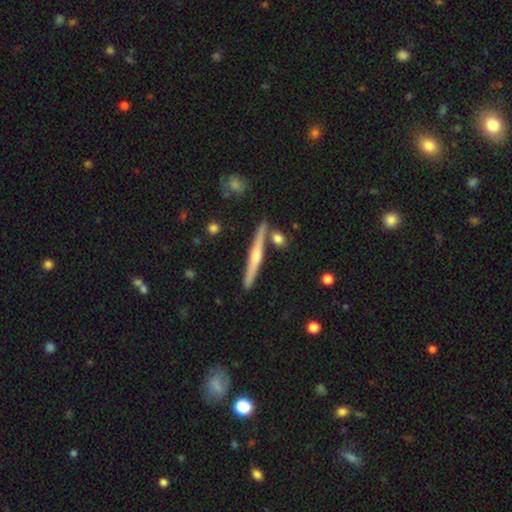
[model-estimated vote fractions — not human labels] Smooth or featured? Predicted: featured or disk (p=0.68). Edge-on disk? Predicted: yes (p=0.98). Edge-on bulge? Predicted: rounded (p=0.80). Merging? Predicted: none (p=0.85).